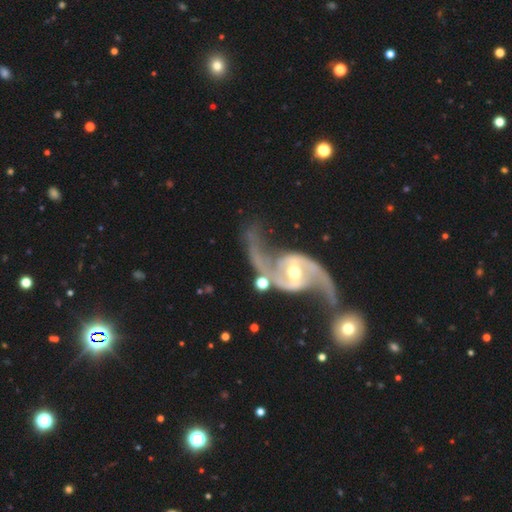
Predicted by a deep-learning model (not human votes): A featured or disk galaxy (92%) with a weak bar (38%), 2 (94%) loose (54%) spiral arms (98%) and a moderate central bulge (52%).

Vote fractions:
- Smooth or featured? featured or disk: 92% / star or artifact: 5% / smooth: 3%
- Edge-on disk? no: 97% / yes: 3%
- Bar? weak: 38% / strong: 36% / no: 26%
- Spiral arms? yes: 98% / no: 2%
- Spiral winding? loose: 54% / medium: 37% / tight: 9%
- Spiral arm count? 2: 94% / can't tell: 2% / 1: 1% / 3: 1% / 4: 1% / more than 4: 1%
- Bulge size? moderate: 52% / small: 42% / large: 3% / none: 1% / dominant: 1%
- Merging? none: 52% / minor disturbance: 17% / merger: 16% / major disturbance: 15%